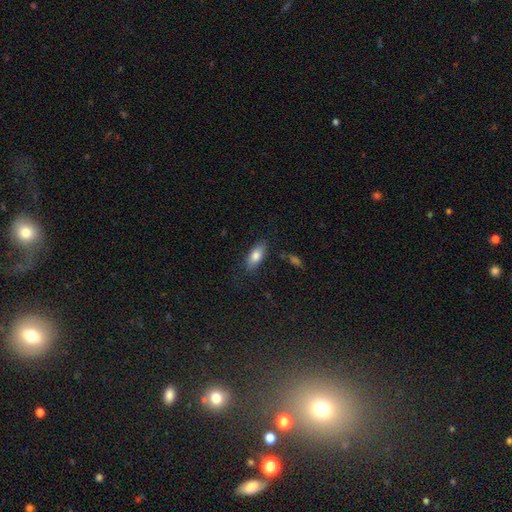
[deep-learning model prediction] smooth_or_featured: smooth (p=0.79) [alt: featured or disk p=0.14]
how_rounded: in between (p=0.82) [alt: cigar-shaped p=0.16]
merging: none (p=0.81) [alt: minor disturbance p=0.14]